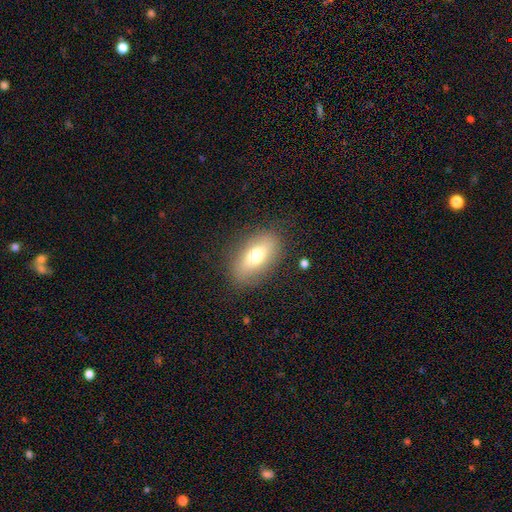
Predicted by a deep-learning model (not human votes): A smooth galaxy with no disk features (68%) that is in between round and cigar-shaped (85%).

Vote fractions:
- Smooth or featured? smooth: 68% / featured or disk: 24% / star or artifact: 8%
- How rounded? in between: 85% / cigar-shaped: 8% / round: 7%
- Merging? none: 83% / minor disturbance: 12% / major disturbance: 4% / merger: 1%